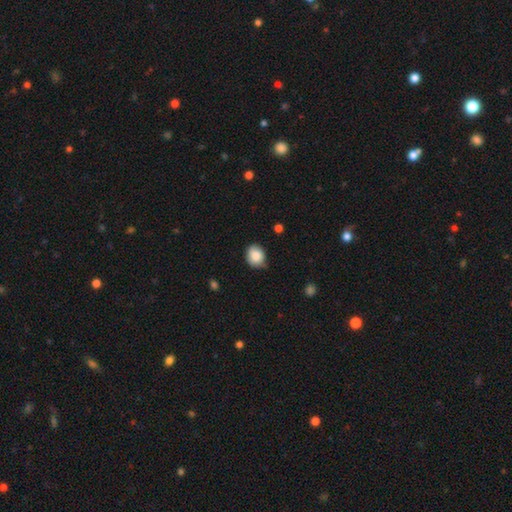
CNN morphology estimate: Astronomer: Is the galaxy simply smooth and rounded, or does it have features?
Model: smooth — 85%.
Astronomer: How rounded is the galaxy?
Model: round — 67%.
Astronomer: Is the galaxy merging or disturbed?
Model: none — 68%.